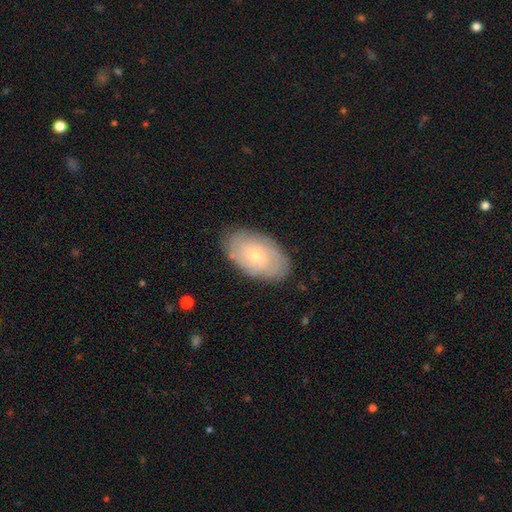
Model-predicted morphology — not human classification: The model was most divided on "smooth or featured": featured or disk: 59%, smooth: 34%, star or artifact: 7%. More confident: edge-on disk — no (94%); merging — none (83%); spiral arms — yes (83%); bar — no (76%); bulge size — small (69%).